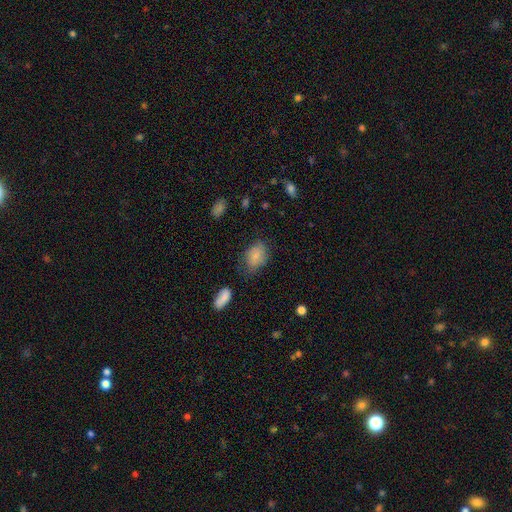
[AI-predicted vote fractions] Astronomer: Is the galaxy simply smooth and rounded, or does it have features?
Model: smooth — 82%.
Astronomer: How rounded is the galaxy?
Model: in between — 78%.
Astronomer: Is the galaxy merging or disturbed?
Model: none — 58%.